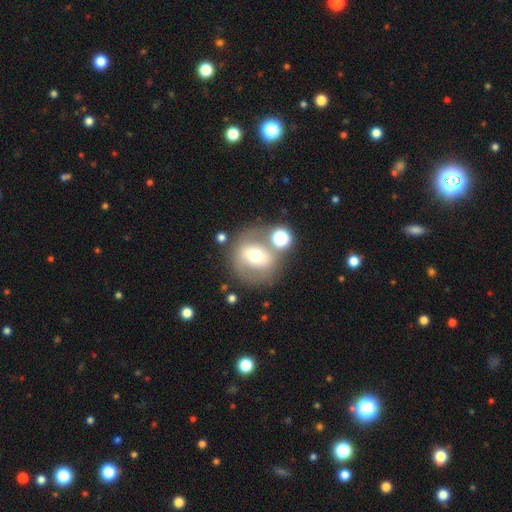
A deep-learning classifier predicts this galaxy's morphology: Q: Smooth or featured?
A: smooth (44%); tied with: featured or disk (44%)
Q: Merging?
A: none (65%); runner-up: merger (14%)